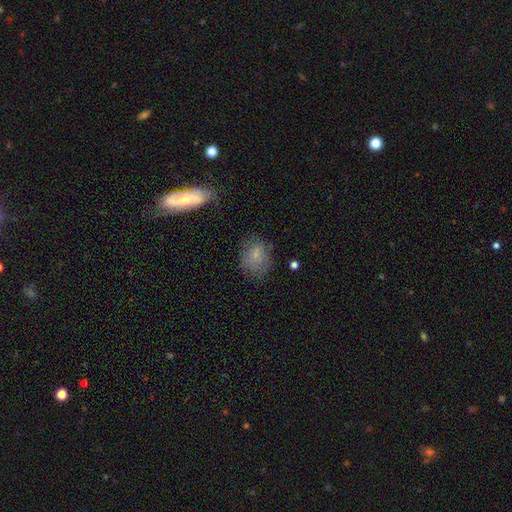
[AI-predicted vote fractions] smooth_or_featured: smooth (p=0.72) [alt: featured or disk p=0.17]
how_rounded: round (p=0.51) [alt: in between p=0.48]
merging: none (p=0.64) [alt: minor disturbance p=0.22]